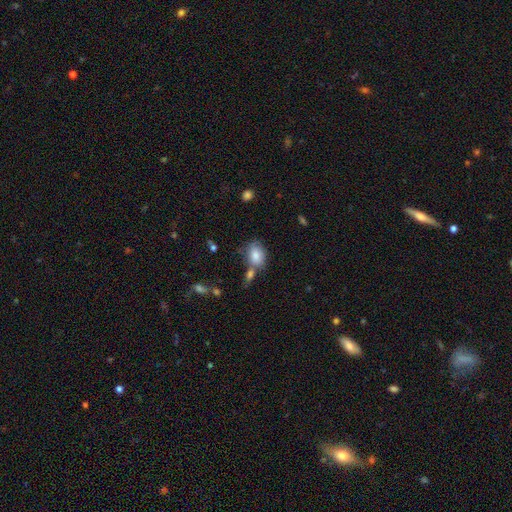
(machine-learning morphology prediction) Overall: smooth (81%). How rounded: in between (77%). Merging: none (46%; merger 26%).